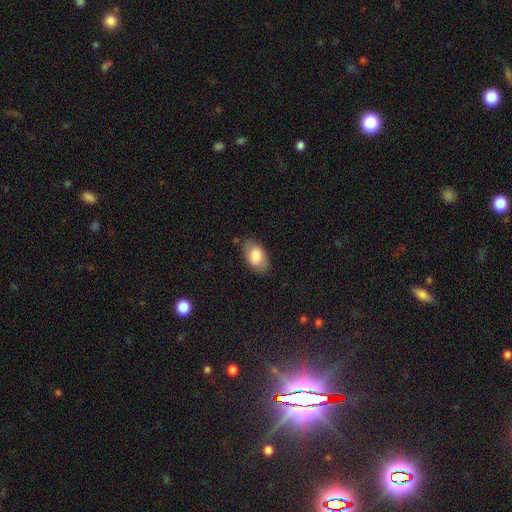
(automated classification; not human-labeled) smooth_or_featured: smooth (p=0.82) [alt: featured or disk p=0.11]
how_rounded: in between (p=0.93) [alt: round p=0.05]
merging: none (p=0.81) [alt: minor disturbance p=0.14]